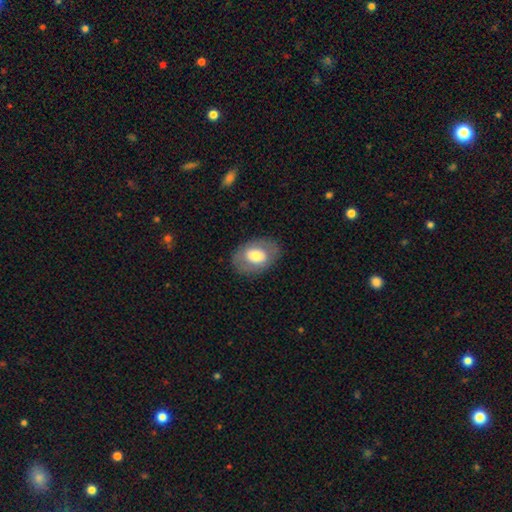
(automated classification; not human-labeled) smooth_or_featured: smooth (p=0.60) [alt: featured or disk p=0.33]
how_rounded: in between (p=0.78) [alt: round p=0.21]
merging: none (p=0.82) [alt: minor disturbance p=0.12]